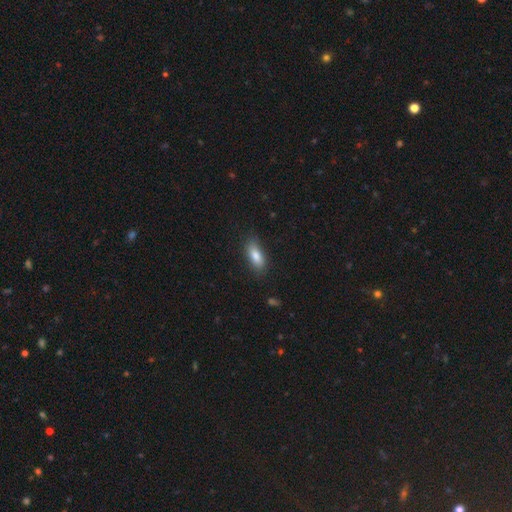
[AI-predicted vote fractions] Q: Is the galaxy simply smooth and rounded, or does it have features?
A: smooth — 81%.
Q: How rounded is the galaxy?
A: in between — 75%.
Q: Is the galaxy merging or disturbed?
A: none — 82%.